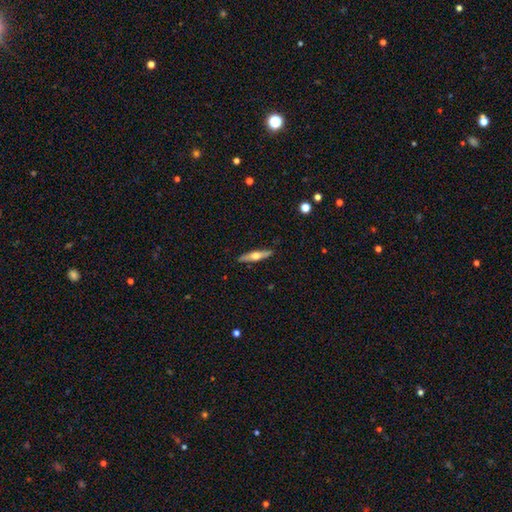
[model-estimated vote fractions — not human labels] This appears to be a featured or disk galaxy (53%) viewed edge-on (93%). Merging: none (90%).